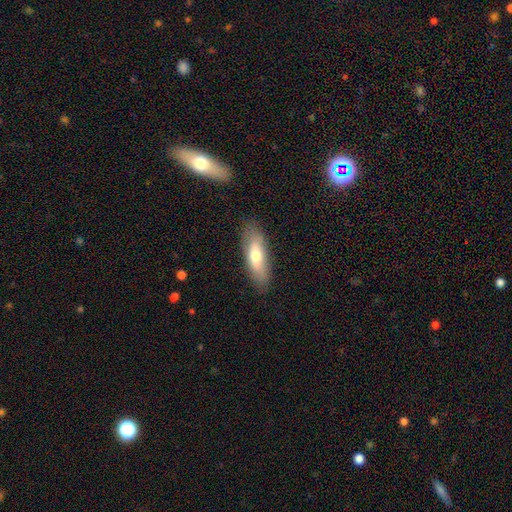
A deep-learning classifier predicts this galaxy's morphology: type=smooth (65%); roundness=in between (58%); merging=none (83%).